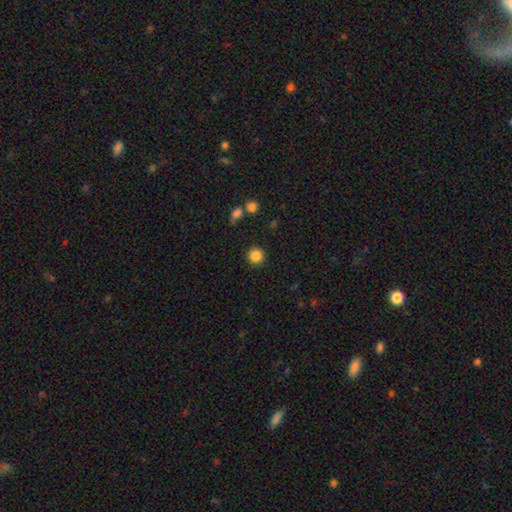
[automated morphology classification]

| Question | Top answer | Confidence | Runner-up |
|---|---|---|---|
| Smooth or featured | smooth | 86% | star or artifact (10%) |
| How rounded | round | 95% | in between (4%) |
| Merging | none | 90% | minor disturbance (6%) |